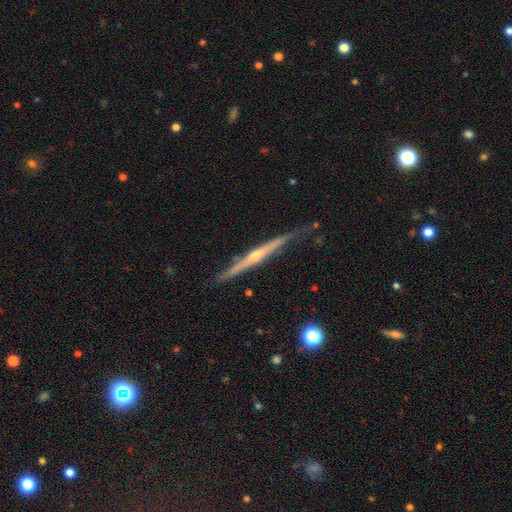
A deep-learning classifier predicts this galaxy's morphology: A featured or disk galaxy (81%) viewed edge-on (97%) with a rounded central bulge (82%). Merging: none (76%).